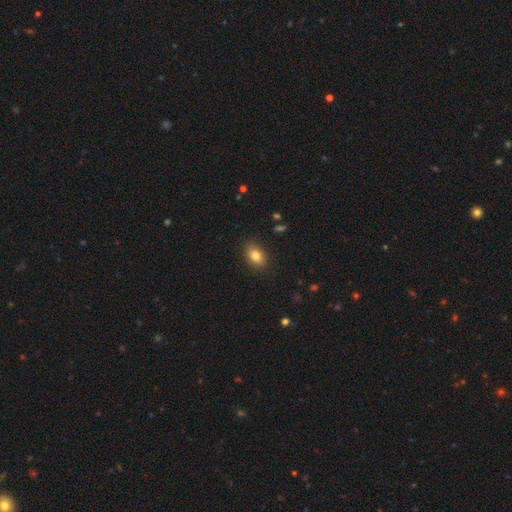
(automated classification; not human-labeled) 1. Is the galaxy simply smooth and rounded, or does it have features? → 81% smooth, 9% featured or disk, 9% star or artifact.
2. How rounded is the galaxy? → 81% in between, 17% round, 2% cigar-shaped.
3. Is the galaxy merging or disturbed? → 86% none, 10% minor disturbance, 3% major disturbance, 1% merger.